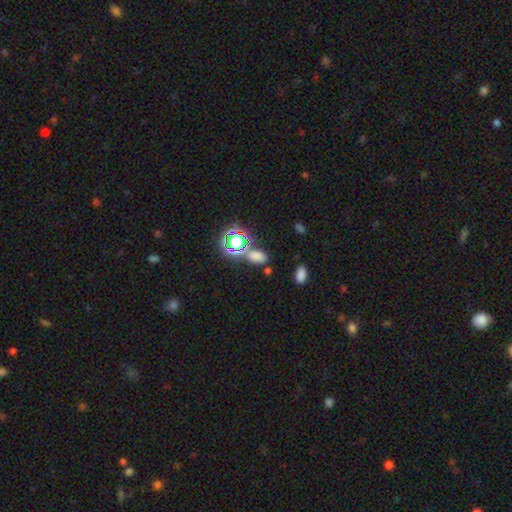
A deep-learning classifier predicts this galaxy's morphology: Overall: smooth (62%; star or artifact 31%). How rounded: in between (84%). Merging: none (71%).